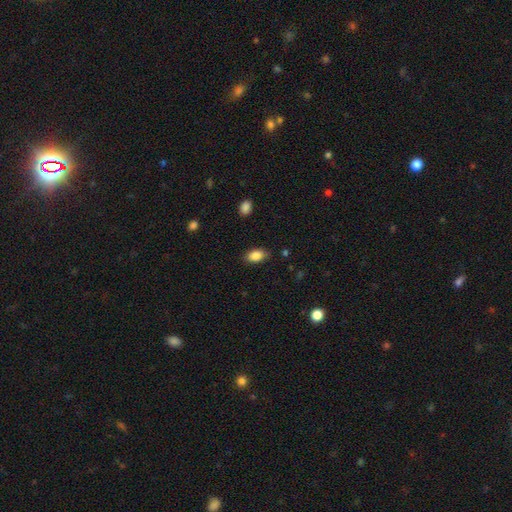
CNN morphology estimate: Smooth or featured?
  - smooth: 87% *
  - star or artifact: 8%
  - featured or disk: 5%
How rounded?
  - in between: 90% *
  - round: 7%
  - cigar-shaped: 3%
Merging?
  - none: 83% *
  - minor disturbance: 13%
  - major disturbance: 3%
  - merger: 1%